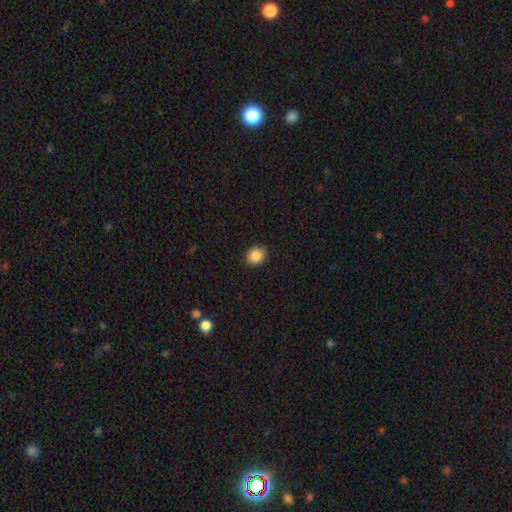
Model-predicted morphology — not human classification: smooth_or_featured: smooth (p=0.86) [alt: star or artifact p=0.10]
how_rounded: round (p=0.75) [alt: in between p=0.24]
merging: none (p=0.91) [alt: minor disturbance p=0.07]